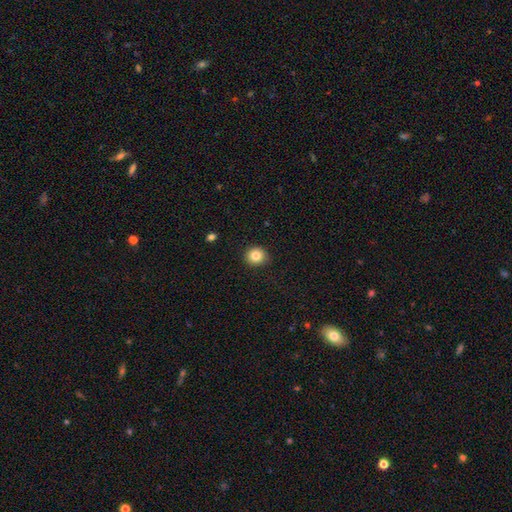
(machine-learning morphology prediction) smooth 83%, star or artifact 10%, featured or disk 7%. Down the decision tree: how rounded — round (87%); merging — none (90%).